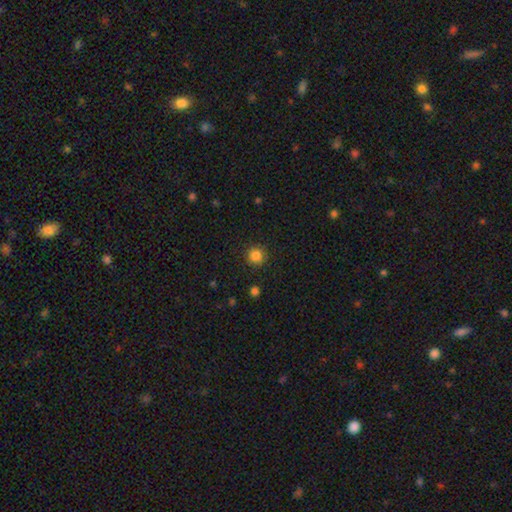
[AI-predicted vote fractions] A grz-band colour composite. It shows a smooth galaxy with no disk features (84%) that is round (94%). Merging: none (90%).